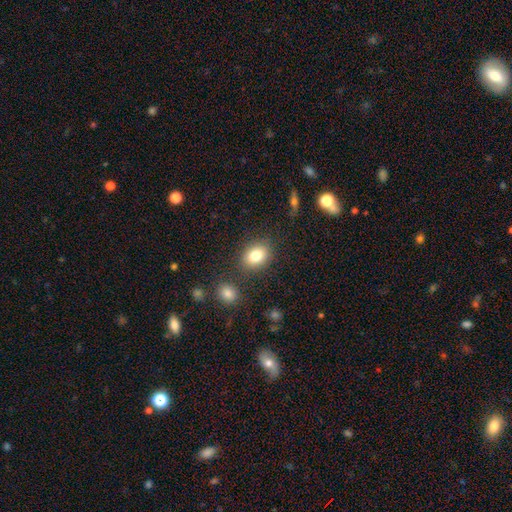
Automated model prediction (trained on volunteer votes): Smooth or featured? smooth (82%)
How rounded? in between (62%)
Merging? none (82%)